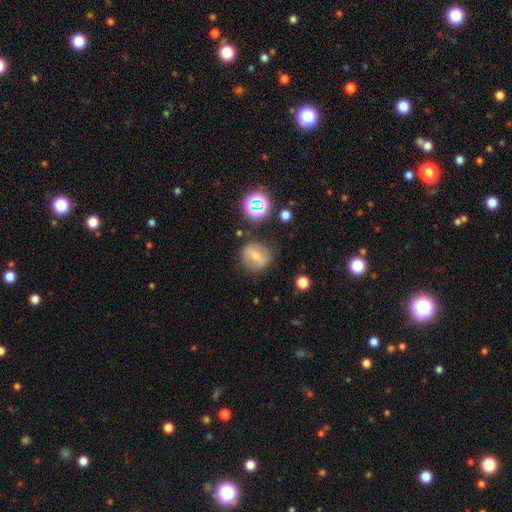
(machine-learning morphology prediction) A smooth galaxy with no disk features (51%) that is round (82%).

Vote fractions:
- Smooth or featured? smooth: 51% / featured or disk: 37% / star or artifact: 12%
- How rounded? round: 82% / in between: 17% / cigar-shaped: 1%
- Merging? none: 79% / minor disturbance: 13% / major disturbance: 5% / merger: 3%